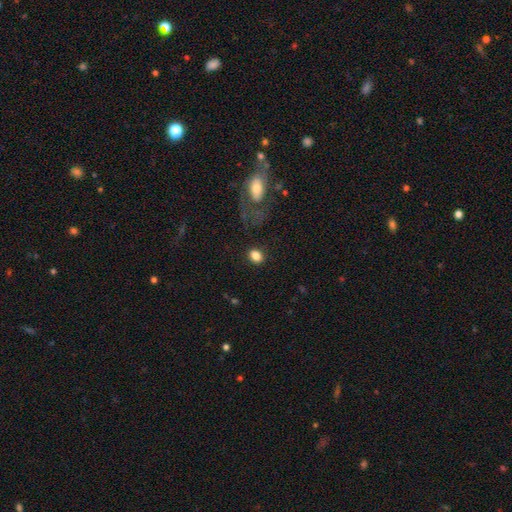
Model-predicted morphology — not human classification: A smooth galaxy with no disk features (83%) that is in between round and cigar-shaped (55%).

Vote fractions:
- Smooth or featured? smooth: 83% / star or artifact: 9% / featured or disk: 7%
- How rounded? in between: 55% / round: 43% / cigar-shaped: 1%
- Merging? none: 85% / minor disturbance: 8% / major disturbance: 4% / merger: 2%